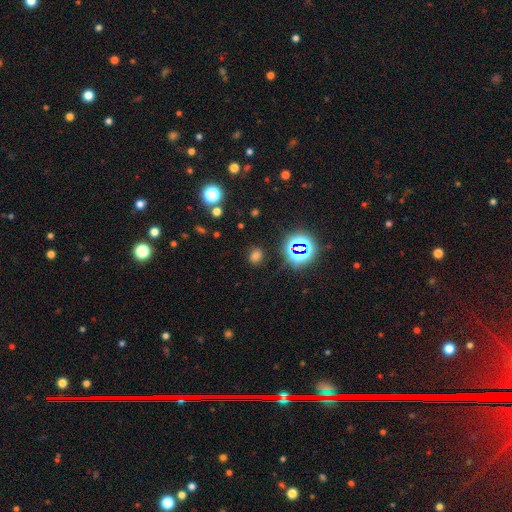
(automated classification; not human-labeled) A smooth galaxy with no disk features (64%) that is round (57%).

Vote fractions:
- Smooth or featured? smooth: 64% / star or artifact: 29% / featured or disk: 6%
- How rounded? round: 57% / in between: 42% / cigar-shaped: 1%
- Merging? none: 84% / minor disturbance: 10% / major disturbance: 4% / merger: 2%